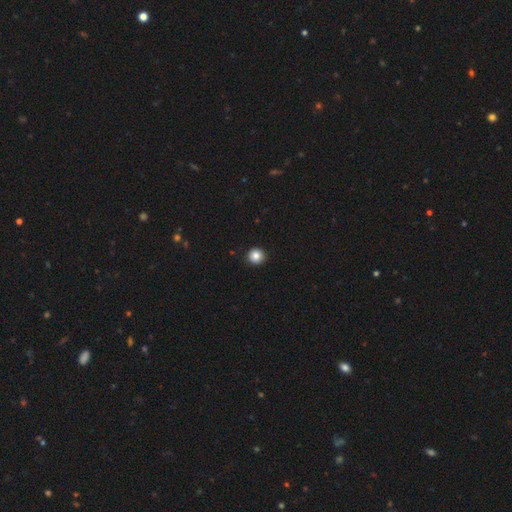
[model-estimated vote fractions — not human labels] smooth-or-featured: smooth: 85% | star or artifact: 10% | featured or disk: 5%
  how-rounded: round: 95% | in between: 4% | cigar-shaped: 1%
  merging: none: 93% | minor disturbance: 4% | major disturbance: 1% | merger: 1%